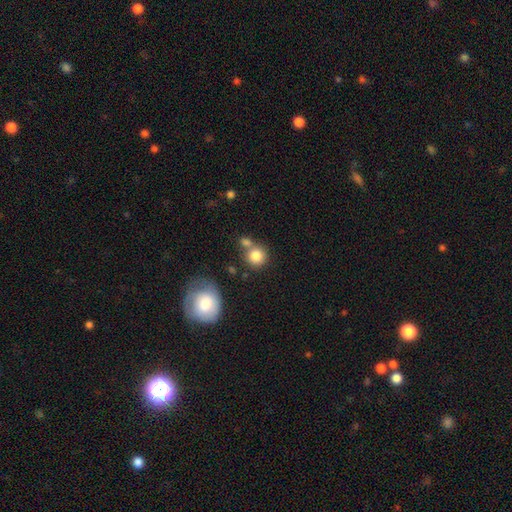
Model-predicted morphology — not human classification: smooth_or_featured: smooth (p=0.83) [alt: star or artifact p=0.09]
how_rounded: round (p=0.88) [alt: in between p=0.11]
merging: none (p=0.55) [alt: merger p=0.30]